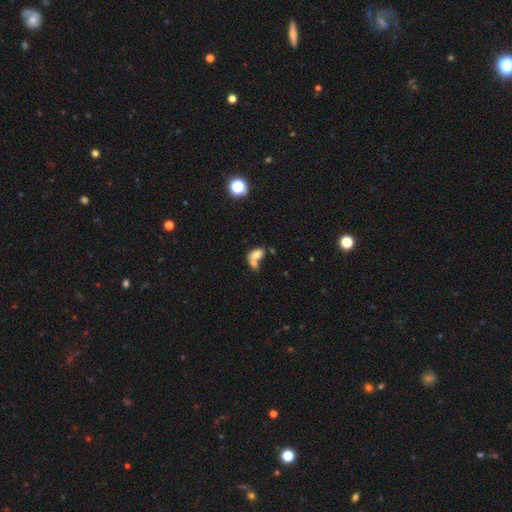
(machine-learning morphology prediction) Smooth or featured: smooth — 69% (featured or disk — 19%)
How rounded: in between — 81% (round — 15%)
Merging: merger — 63% (none — 19%)